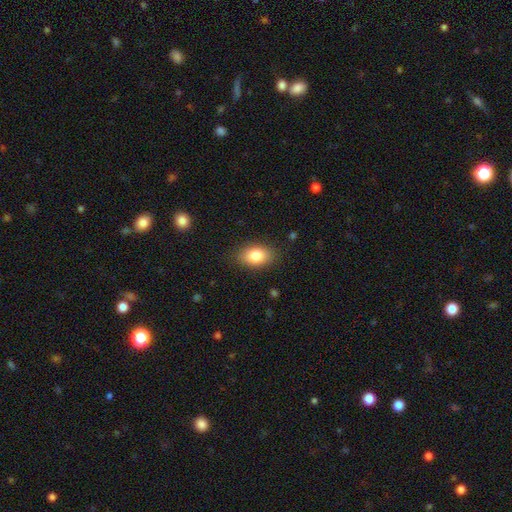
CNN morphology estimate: Smooth or featured? Predicted: smooth (p=0.83). How rounded? Predicted: in between (p=0.86). Merging? Predicted: none (p=0.85).